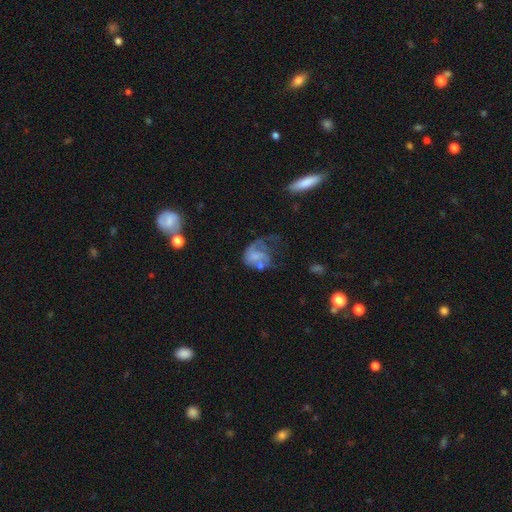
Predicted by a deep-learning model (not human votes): Overall: featured or disk (48%; smooth 41%). Merging: major disturbance (51%; minor disturbance 19%).